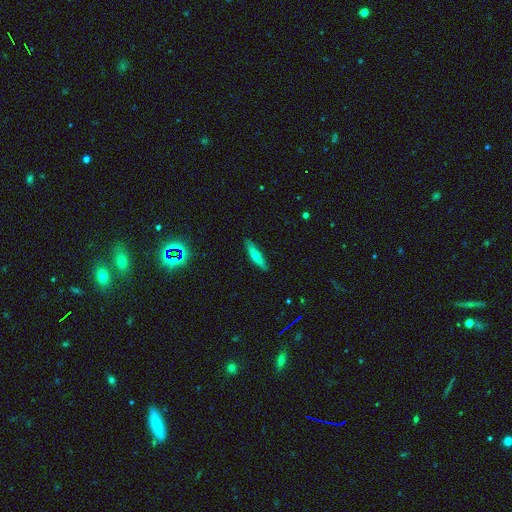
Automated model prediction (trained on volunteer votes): Smooth or featured? Predicted: smooth (p=0.52). How rounded? Predicted: cigar-shaped (p=0.84). Merging? Predicted: none (p=0.89).